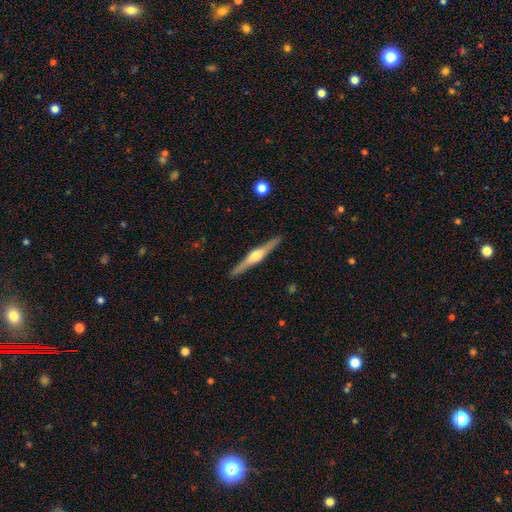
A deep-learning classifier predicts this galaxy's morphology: Smooth or featured?
  - featured or disk: 76% *
  - smooth: 20%
  - star or artifact: 5%
Edge-on disk?
  - yes: 98% *
  - no: 2%
Edge-on bulge?
  - rounded: 91% *
  - boxy: 5%
  - none: 3%
Merging?
  - none: 91% *
  - minor disturbance: 6%
  - major disturbance: 1%
  - merger: 1%